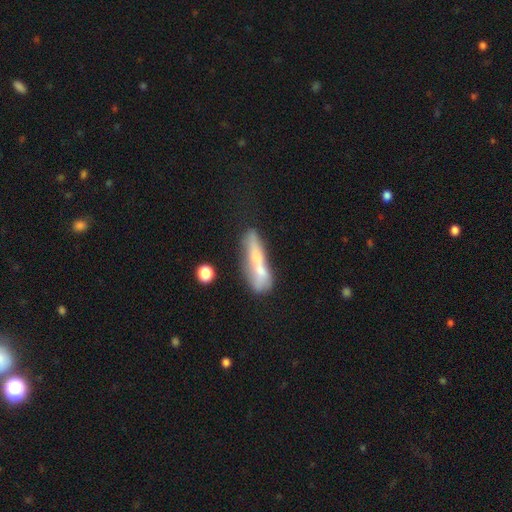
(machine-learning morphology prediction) Smooth or featured? Predicted: smooth (p=0.56). How rounded? Predicted: cigar-shaped (p=0.72). Merging? Predicted: none (p=0.36).